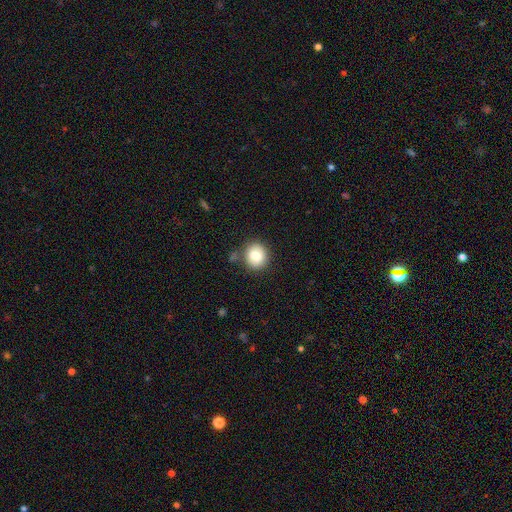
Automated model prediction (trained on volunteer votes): Smooth or featured: smooth — 80% (featured or disk — 12%)
How rounded: round — 73% (in between — 26%)
Merging: none — 78% (minor disturbance — 13%)